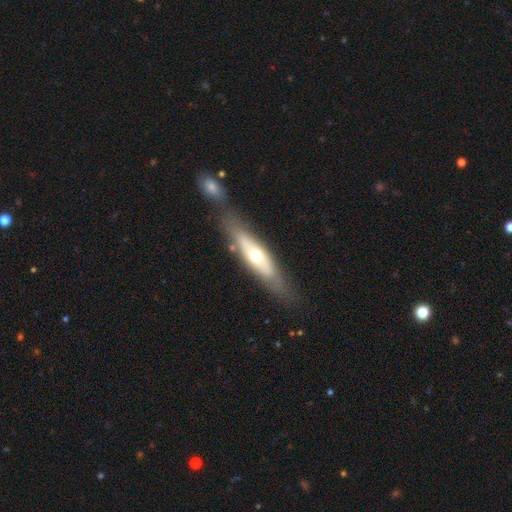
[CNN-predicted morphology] Overall: featured or disk (49%; smooth 45%). Merging: none (71%).